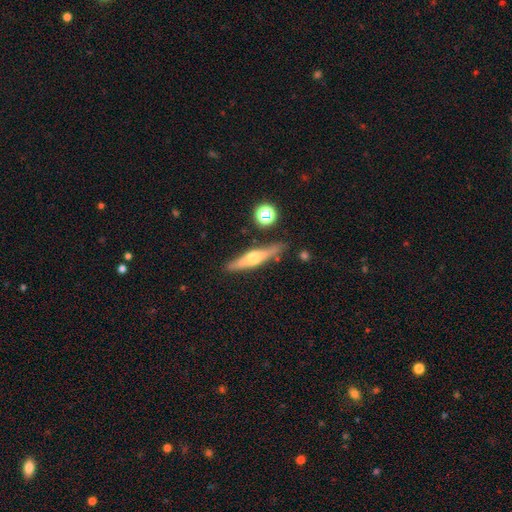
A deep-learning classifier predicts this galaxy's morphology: A featured or disk galaxy (60%) viewed edge-on (95%) with a rounded central bulge (92%). Merging: none (83%).